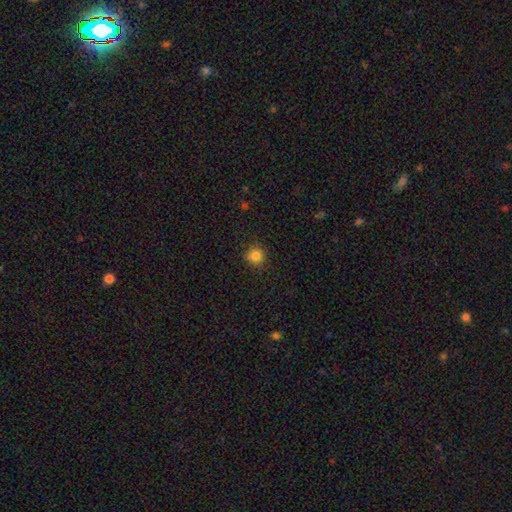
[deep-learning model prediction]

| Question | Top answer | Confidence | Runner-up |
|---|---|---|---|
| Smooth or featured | smooth | 83% | star or artifact (12%) |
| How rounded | round | 90% | in between (9%) |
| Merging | none | 84% | minor disturbance (12%) |